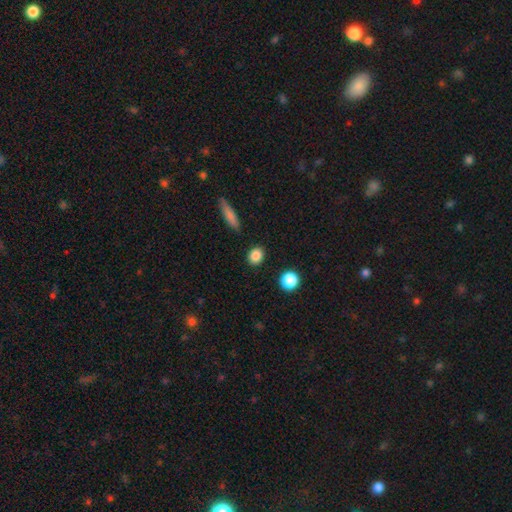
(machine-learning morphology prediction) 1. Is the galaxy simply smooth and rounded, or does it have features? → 86% smooth, 9% star or artifact, 5% featured or disk.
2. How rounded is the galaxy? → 65% round, 33% in between, 2% cigar-shaped.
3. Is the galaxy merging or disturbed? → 89% none, 7% minor disturbance, 2% merger, 2% major disturbance.